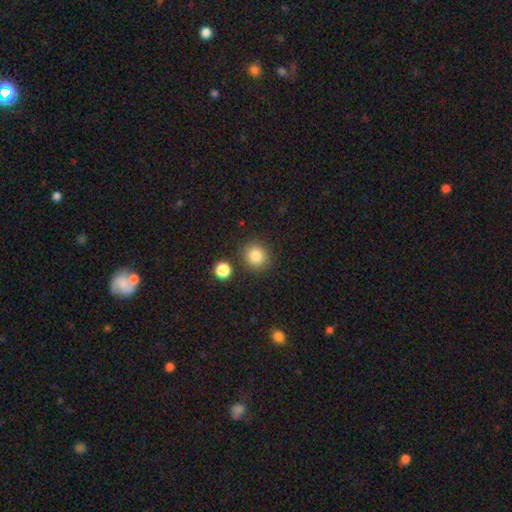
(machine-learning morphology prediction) smooth-or-featured: smooth: 84% | star or artifact: 11% | featured or disk: 6%
  how-rounded: round: 88% | in between: 11% | cigar-shaped: 1%
  merging: none: 86% | minor disturbance: 7% | merger: 4% | major disturbance: 2%